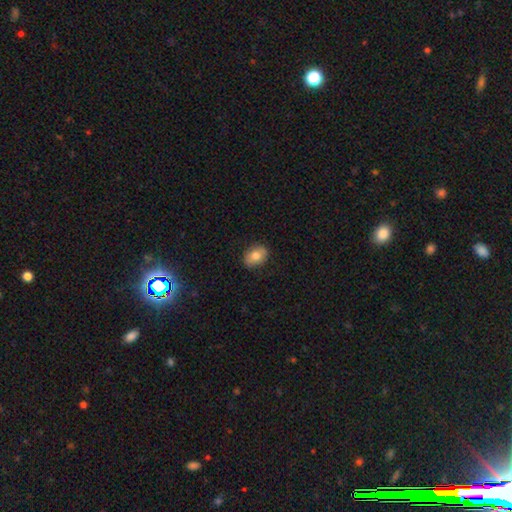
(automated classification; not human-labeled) Smooth or featured? smooth (78%)
How rounded? in between (73%)
Merging? none (86%)